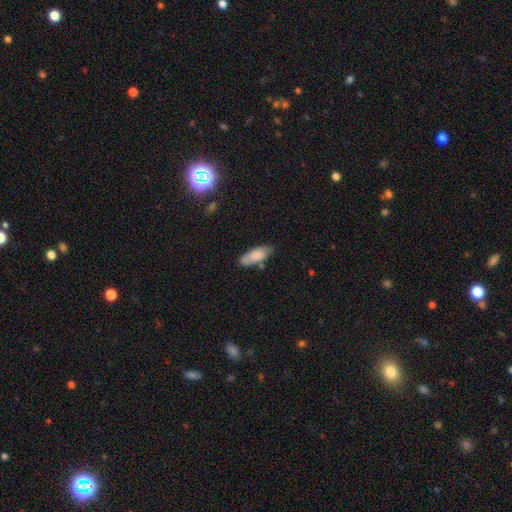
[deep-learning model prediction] Overall: smooth (83%). How rounded: in between (68%; cigar-shaped 30%). Merging: none (72%).